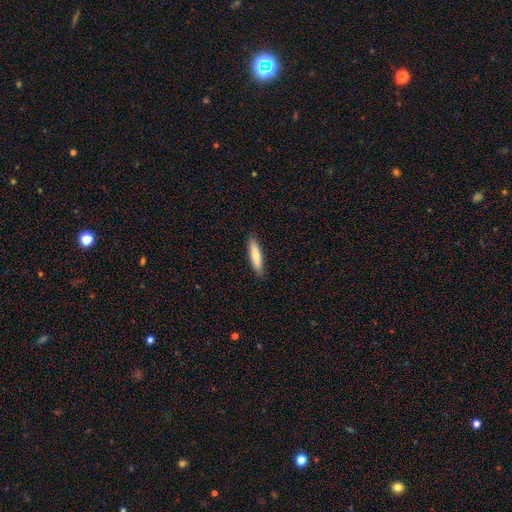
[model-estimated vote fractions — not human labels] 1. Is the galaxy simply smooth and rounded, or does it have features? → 77% smooth, 17% featured or disk, 5% star or artifact.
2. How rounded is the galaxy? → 83% cigar-shaped, 16% in between, 1% round.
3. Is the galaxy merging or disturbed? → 90% none, 8% minor disturbance, 2% major disturbance, 1% merger.